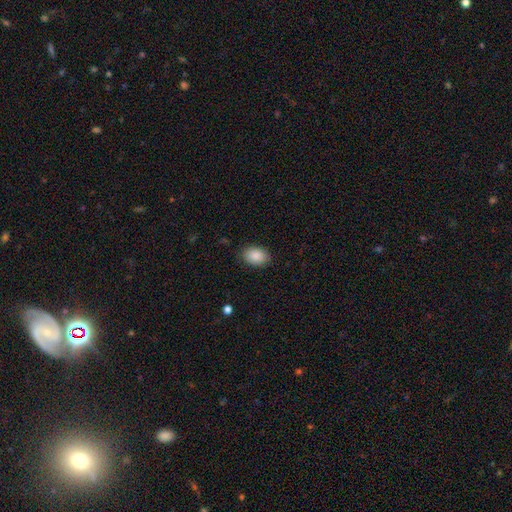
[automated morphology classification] Smooth or featured: smooth — 89% (star or artifact — 7%)
How rounded: in between — 85% (round — 14%)
Merging: none — 86% (minor disturbance — 10%)